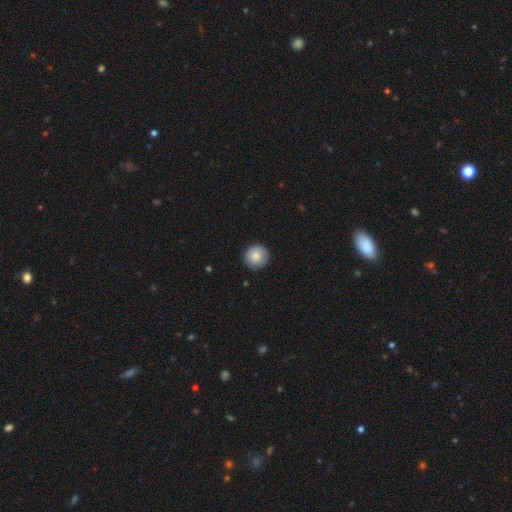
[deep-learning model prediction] Smooth or featured? smooth (85%)
How rounded? round (95%)
Merging? none (90%)